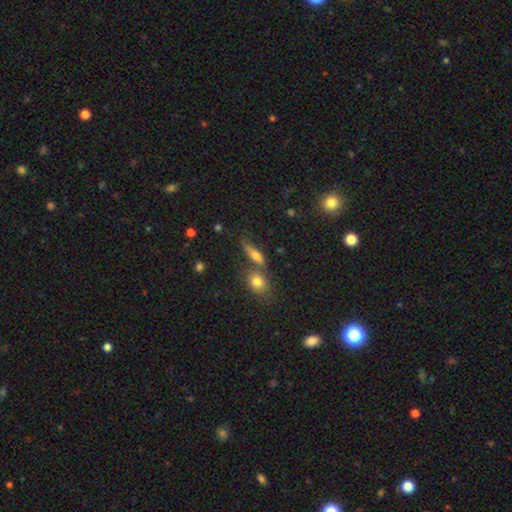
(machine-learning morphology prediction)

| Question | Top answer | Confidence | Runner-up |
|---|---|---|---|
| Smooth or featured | smooth | 63% | featured or disk (24%) |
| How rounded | in between | 46% | cigar-shaped (43%) |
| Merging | none | 49% | merger (30%) |